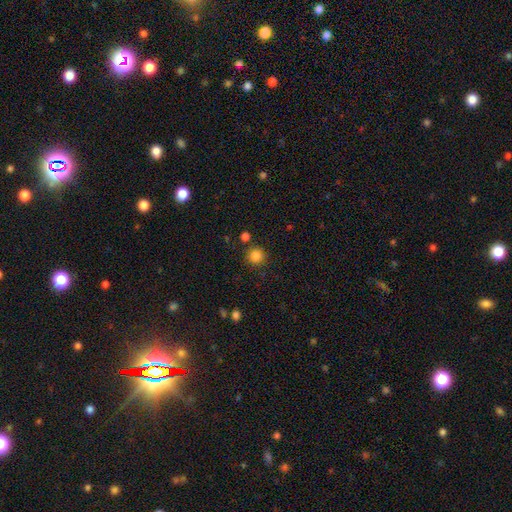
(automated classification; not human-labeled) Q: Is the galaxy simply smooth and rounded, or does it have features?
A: smooth — 84%.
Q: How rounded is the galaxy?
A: round — 94%.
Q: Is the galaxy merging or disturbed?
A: none — 85%.